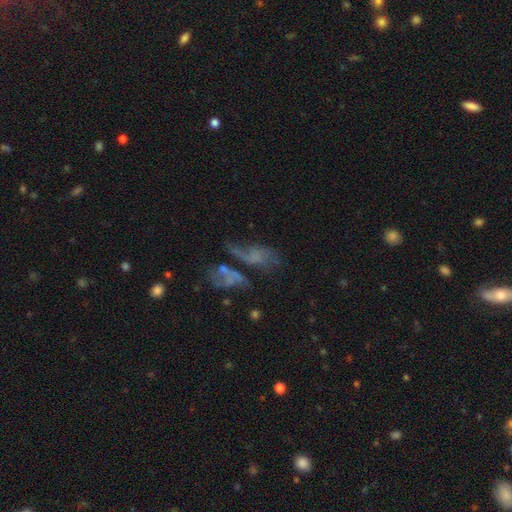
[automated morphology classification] Smooth or featured? Predicted: featured or disk (p=0.44). Merging? Predicted: major disturbance (p=0.30).